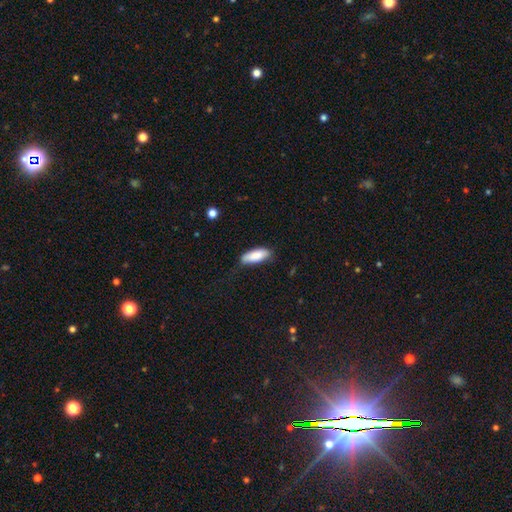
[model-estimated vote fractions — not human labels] The model was most divided on "how rounded": in between: 71%, cigar-shaped: 27%, round: 2%. More confident: smooth or featured — smooth (86%); merging — none (70%).